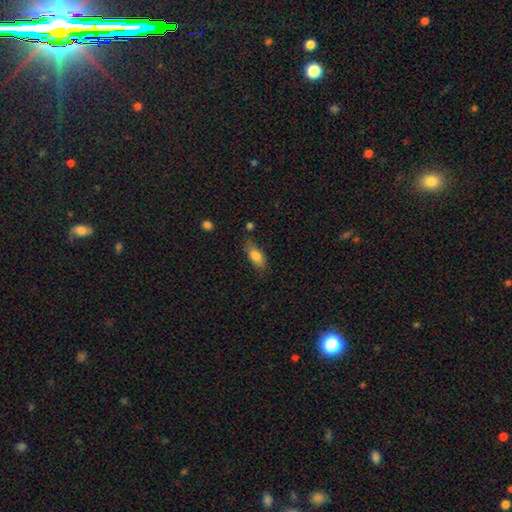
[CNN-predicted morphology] The model was most divided on "merging": none: 65%, minor disturbance: 23%, major disturbance: 6%, merger: 5%. More confident: how rounded — in between (81%); smooth or featured — smooth (80%).